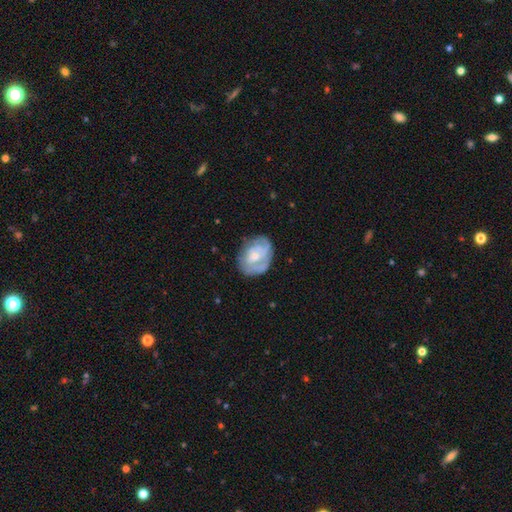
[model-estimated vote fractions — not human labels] The model was most divided on "bulge size" (2-way tie): moderate: 45%, small: 45%, none: 5%, large: 4%, dominant: 1%. More confident: edge-on disk — no (97%); bar — no (72%); spiral arms — yes (70%); smooth or featured — featured or disk (64%); merging — none (63%).